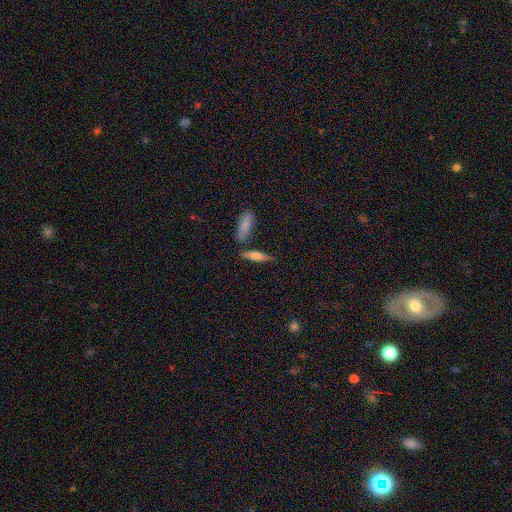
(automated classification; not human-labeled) Morphology: type=smooth (51%); roundness=cigar-shaped (68%); merging=none (72%).